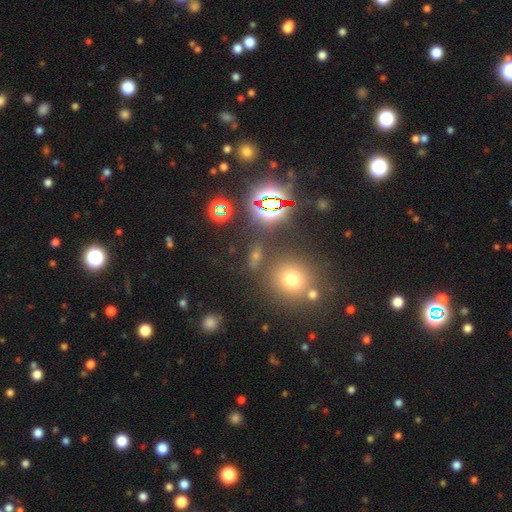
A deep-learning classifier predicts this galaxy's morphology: Smooth or featured?
  - star or artifact: 49% *
  - smooth: 38%
  - featured or disk: 13%